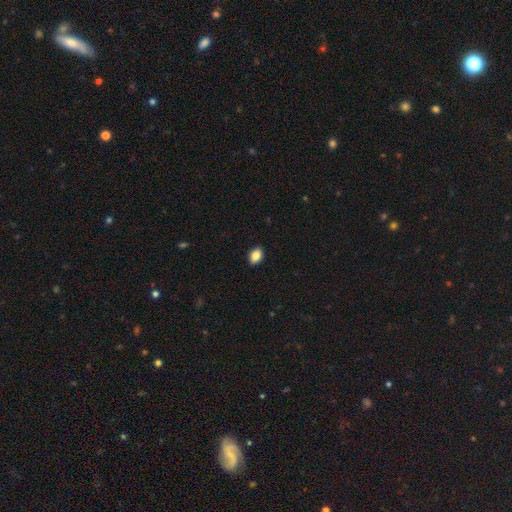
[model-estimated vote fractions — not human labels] Overall: smooth (87%). How rounded: in between (83%). Merging: none (89%).